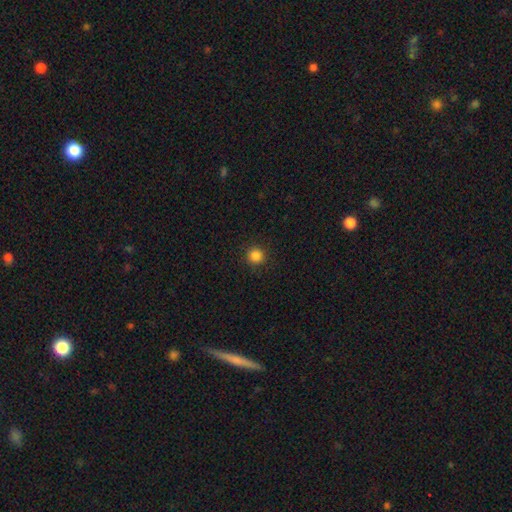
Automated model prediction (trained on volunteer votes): Overall: smooth (85%). How rounded: round (95%). Merging: none (91%).